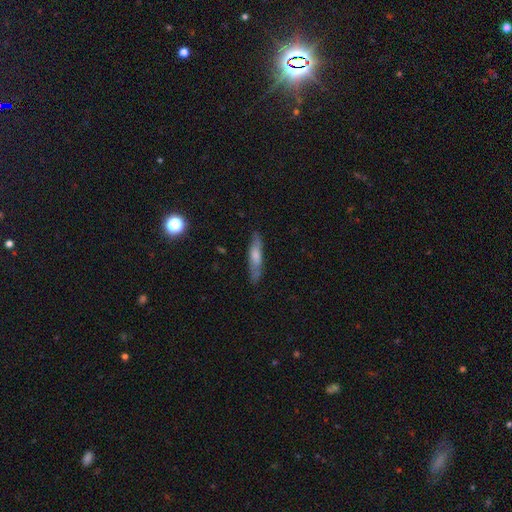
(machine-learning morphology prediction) smooth 59%, featured or disk 35%, star or artifact 6%. Down the decision tree: how rounded — cigar-shaped (78%); merging — none (79%).